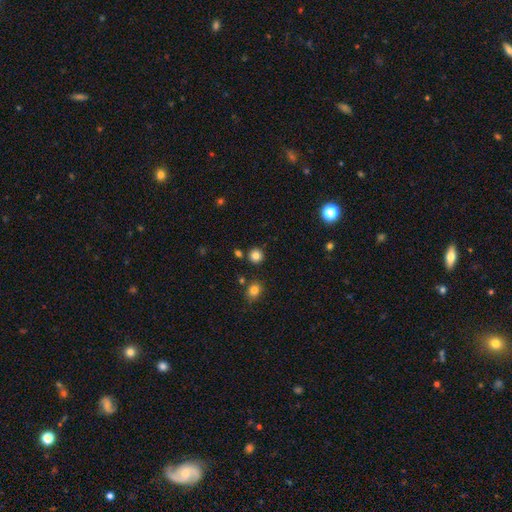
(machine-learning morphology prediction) Smooth or featured? smooth (83%)
How rounded? round (92%)
Merging? none (87%)